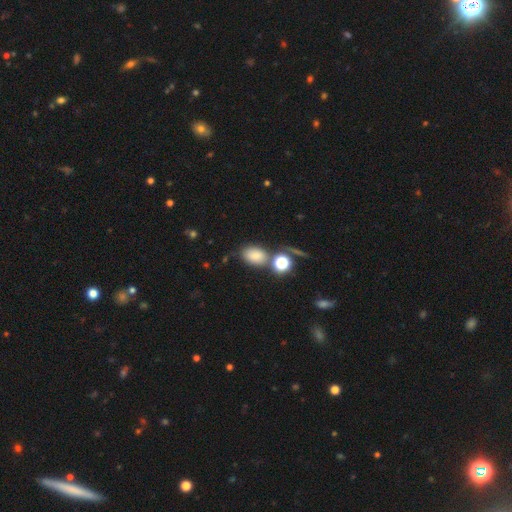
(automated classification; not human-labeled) Smooth or featured: smooth — 78% (star or artifact — 14%)
How rounded: in between — 78% (round — 20%)
Merging: none — 64% (merger — 17%)